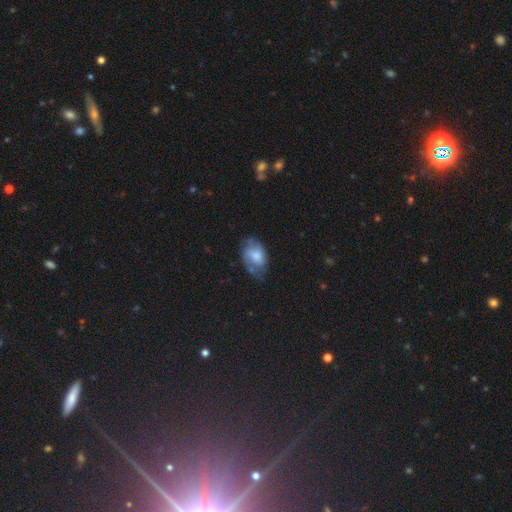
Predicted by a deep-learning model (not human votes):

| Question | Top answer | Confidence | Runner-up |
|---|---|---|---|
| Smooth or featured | smooth | 56% | featured or disk (36%) |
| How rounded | in between | 86% | round (13%) |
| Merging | none | 47% | minor disturbance (34%) |